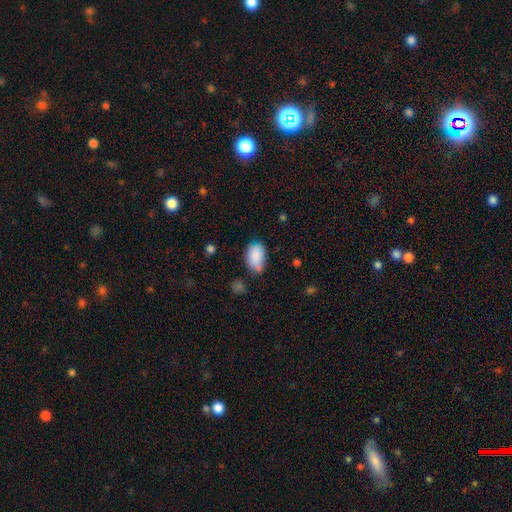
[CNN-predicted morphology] A smooth galaxy with no disk features (84%) that is in between round and cigar-shaped (89%). Merging: none (55%).